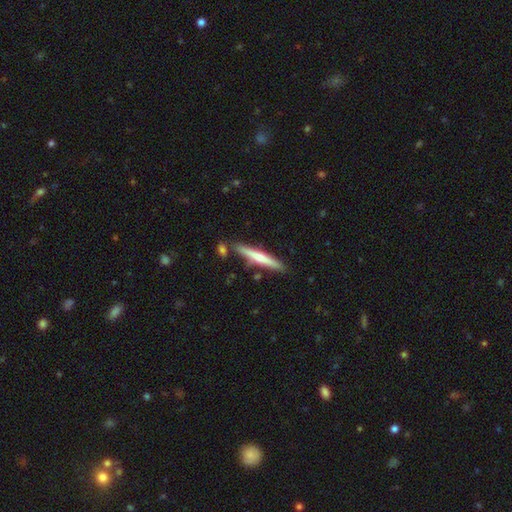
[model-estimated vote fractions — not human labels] This appears to be a featured or disk galaxy (48%). Merging: none (84%).